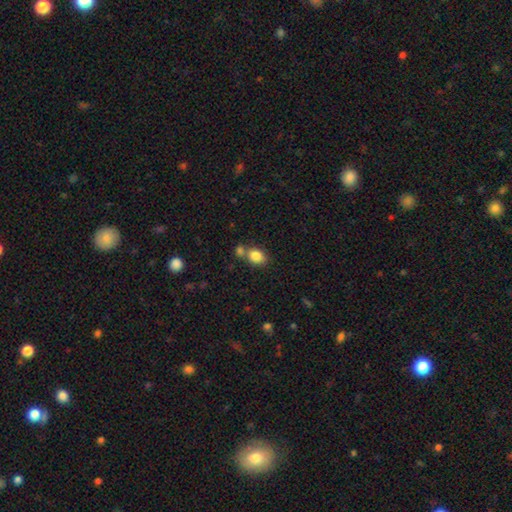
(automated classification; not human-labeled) Overall: smooth (84%). How rounded: in between (60%; round 39%). Merging: none (55%; merger 30%).